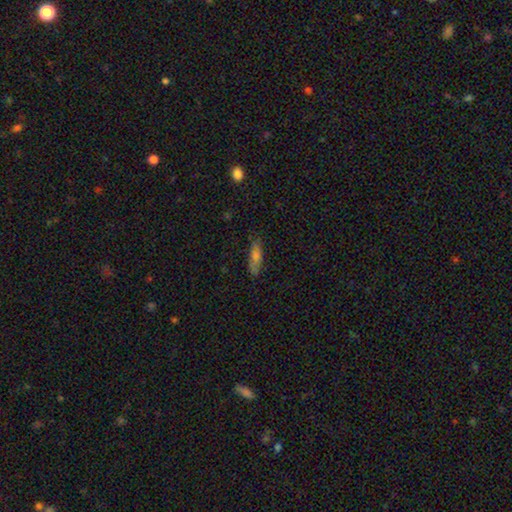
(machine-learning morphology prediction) This is likely a smooth galaxy (66%). How rounded: likely cigar-shaped (61%). Merging: likely none (78%).